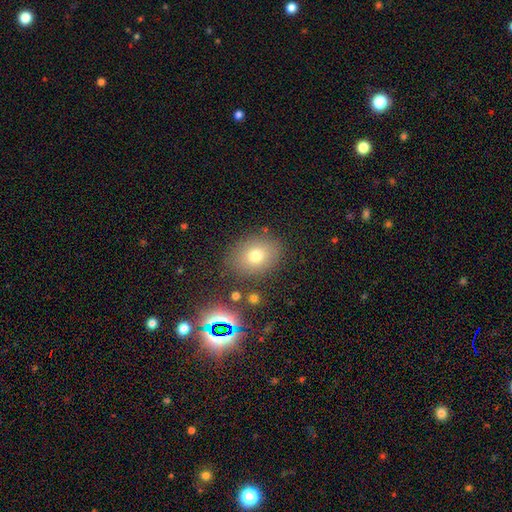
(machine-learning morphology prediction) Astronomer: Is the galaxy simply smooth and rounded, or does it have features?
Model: smooth — 73%.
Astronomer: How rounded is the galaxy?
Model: in between — 59% (runner-up: round, 40%).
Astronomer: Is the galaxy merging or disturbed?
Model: none — 81%.